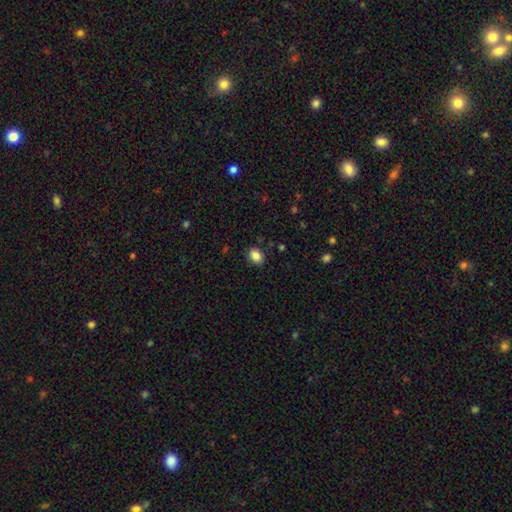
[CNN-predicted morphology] Smooth or featured? Predicted: smooth (p=0.87). How rounded? Predicted: in between (p=0.70). Merging? Predicted: none (p=0.86).